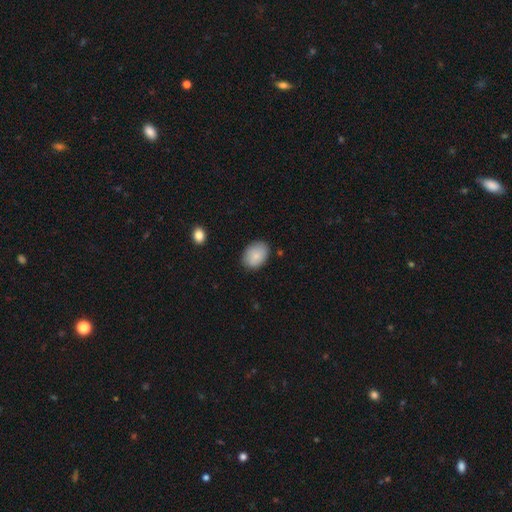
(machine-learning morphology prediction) A smooth galaxy with no disk features (84%) that is in between round and cigar-shaped (77%). Merging: none (81%).